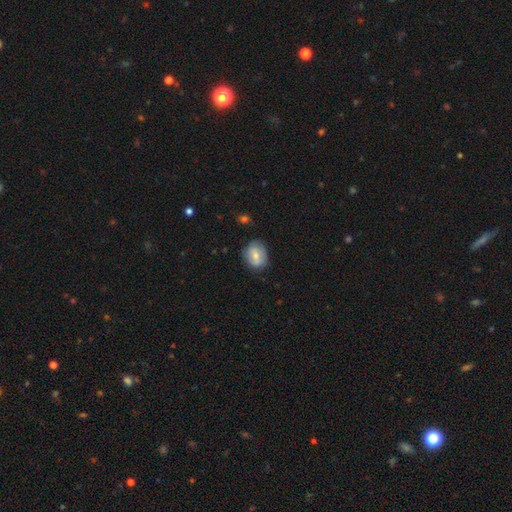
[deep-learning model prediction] Smooth or featured? Predicted: smooth (p=0.63). How rounded? Predicted: round (p=0.51). Merging? Predicted: none (p=0.72).